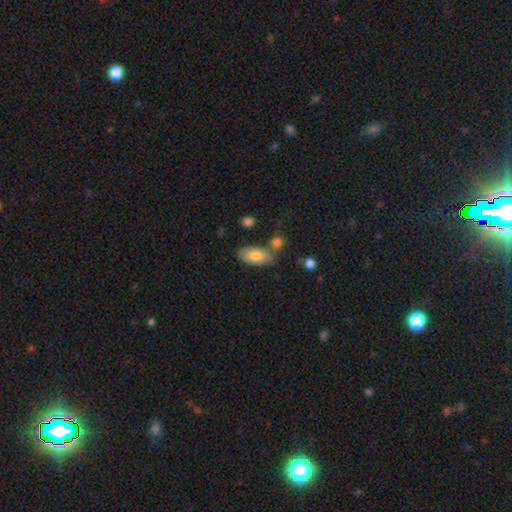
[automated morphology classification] Smooth or featured: smooth — 78% (featured or disk — 15%)
How rounded: in between — 91% (cigar-shaped — 5%)
Merging: none — 69% (minor disturbance — 15%)